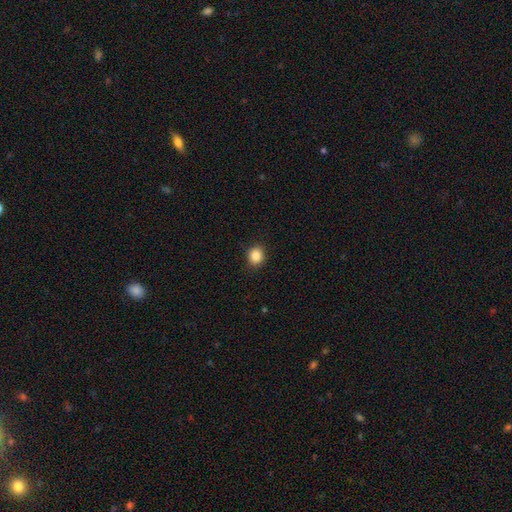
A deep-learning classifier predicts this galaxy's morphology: A smooth galaxy with no disk features (86%) that is round (74%).

Vote fractions:
- Smooth or featured? smooth: 86% / star or artifact: 10% / featured or disk: 4%
- How rounded? round: 74% / in between: 25% / cigar-shaped: 1%
- Merging? none: 89% / minor disturbance: 8% / major disturbance: 2% / merger: 1%